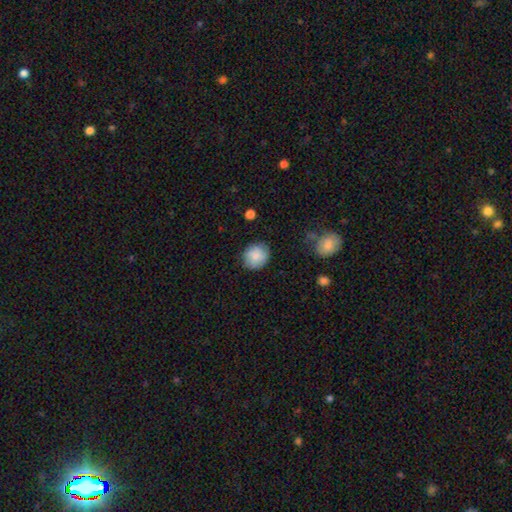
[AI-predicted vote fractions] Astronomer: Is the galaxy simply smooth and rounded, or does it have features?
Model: smooth — 85%.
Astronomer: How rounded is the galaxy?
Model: round — 79%.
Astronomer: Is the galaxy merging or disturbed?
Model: none — 82%.